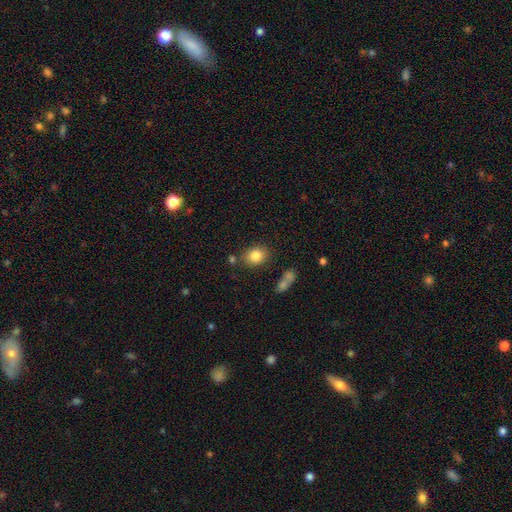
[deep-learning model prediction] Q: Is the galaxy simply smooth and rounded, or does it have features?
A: smooth — 82%.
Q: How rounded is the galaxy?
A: round — 53%.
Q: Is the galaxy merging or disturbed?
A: none — 78%.